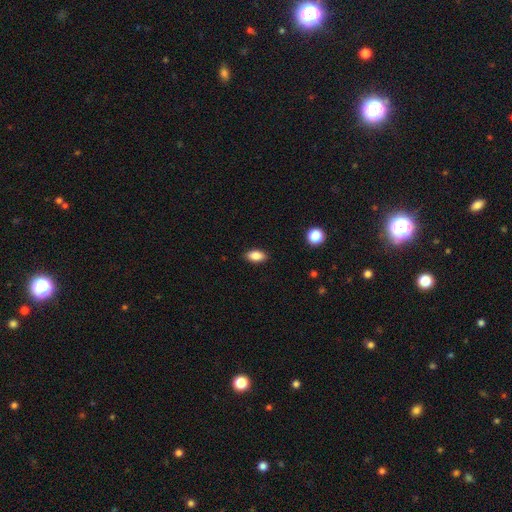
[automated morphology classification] Overall: smooth (86%). How rounded: in between (90%). Merging: none (89%).